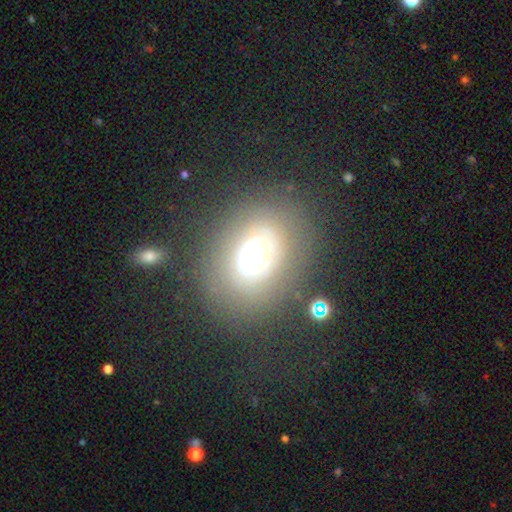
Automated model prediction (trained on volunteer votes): This is marginally a smooth galaxy (44%). Merging: likely none (73%).